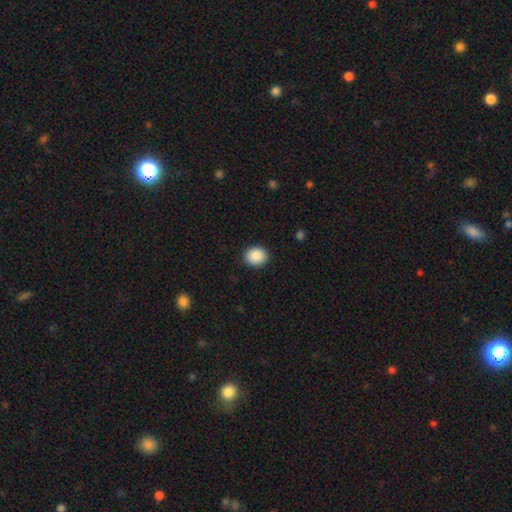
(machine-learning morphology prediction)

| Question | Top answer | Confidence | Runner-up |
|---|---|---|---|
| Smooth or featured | smooth | 88% | star or artifact (8%) |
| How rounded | round | 70% | in between (29%) |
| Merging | none | 90% | minor disturbance (7%) |